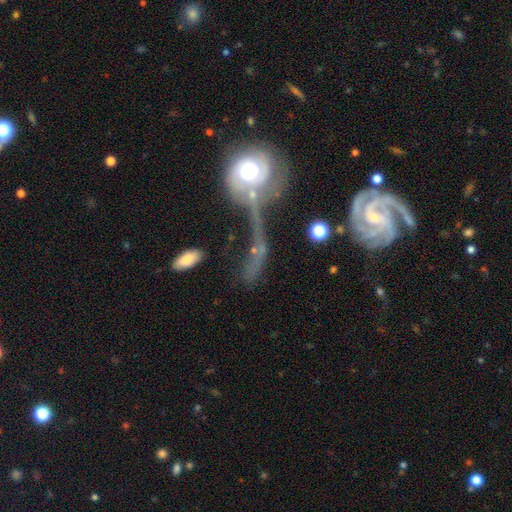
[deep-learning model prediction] The model was most divided on "merging": major disturbance: 32%, none: 27%, merger: 26%, minor disturbance: 15%. More confident: edge-on disk — no (83%); smooth or featured — featured or disk (55%).